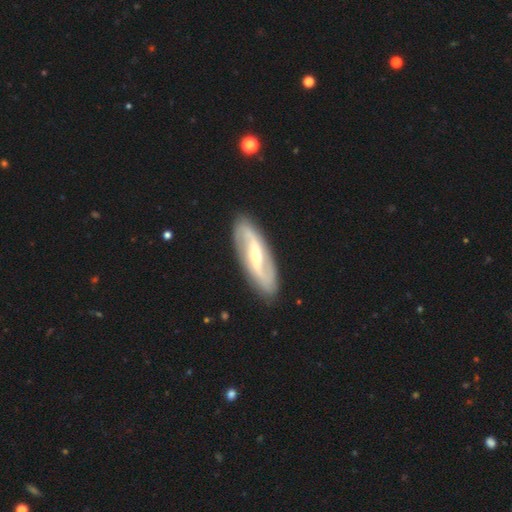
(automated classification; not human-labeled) Smooth or featured? Predicted: featured or disk (p=0.82). Edge-on disk? Predicted: no (p=0.89). Bar? Predicted: strong (p=0.39). Spiral arms? Predicted: yes (p=0.91). Spiral winding? Predicted: loose (p=0.39, tied with medium). Spiral arm count? Predicted: 2 (p=0.90). Bulge size? Predicted: small (p=0.50). Merging? Predicted: none (p=0.87).